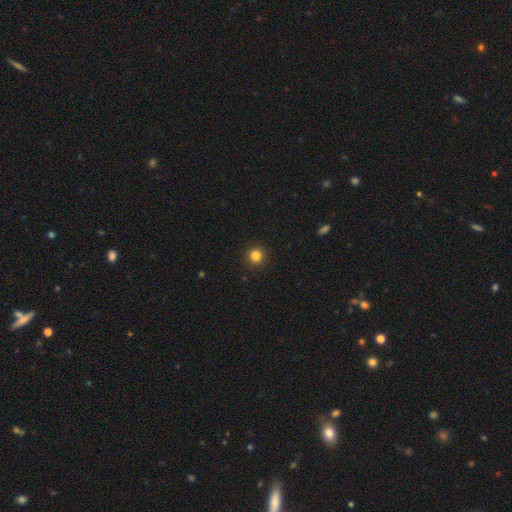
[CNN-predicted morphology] The model was most divided on "smooth or featured": smooth: 84%, star or artifact: 12%, featured or disk: 4%. More confident: how rounded — round (94%); merging — none (93%).